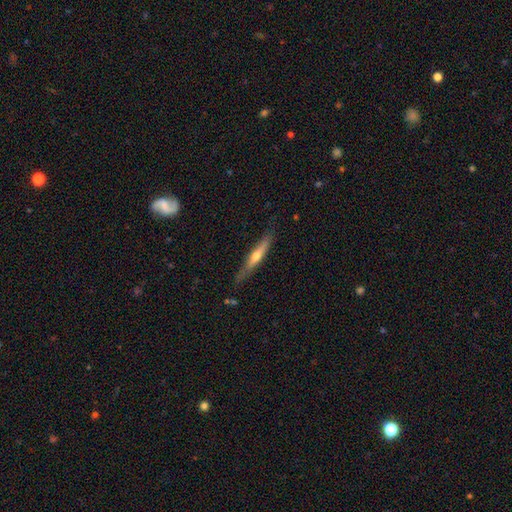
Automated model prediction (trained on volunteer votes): smooth_or_featured: featured or disk (p=0.52) [alt: smooth p=0.42]
disk_edge_on: yes (p=0.92) [alt: no p=0.08]
merging: none (p=0.79) [alt: minor disturbance p=0.16]